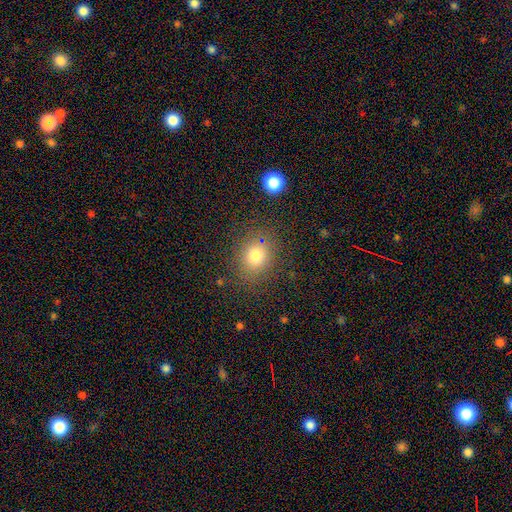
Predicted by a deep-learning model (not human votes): smooth 77%, star or artifact 14%, featured or disk 9%. Down the decision tree: how rounded — round (67%); merging — none (83%).